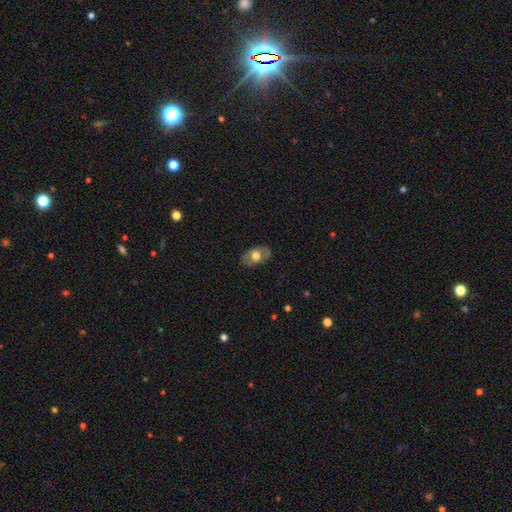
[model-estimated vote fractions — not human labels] smooth 54%, featured or disk 39%, star or artifact 7%. Down the decision tree: how rounded — in between (86%); merging — none (80%).